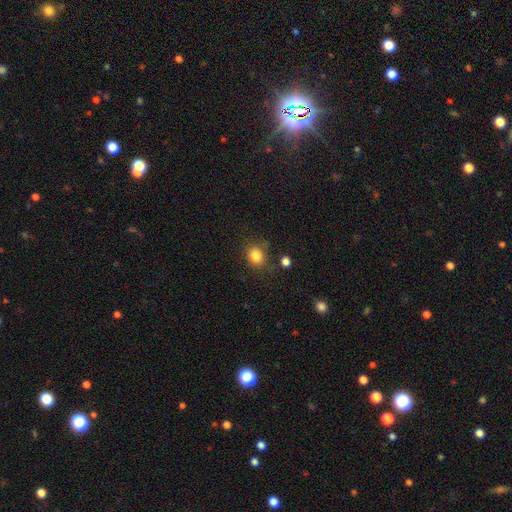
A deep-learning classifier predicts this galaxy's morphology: type=smooth (84%); roundness=round (64%); merging=none (77%).